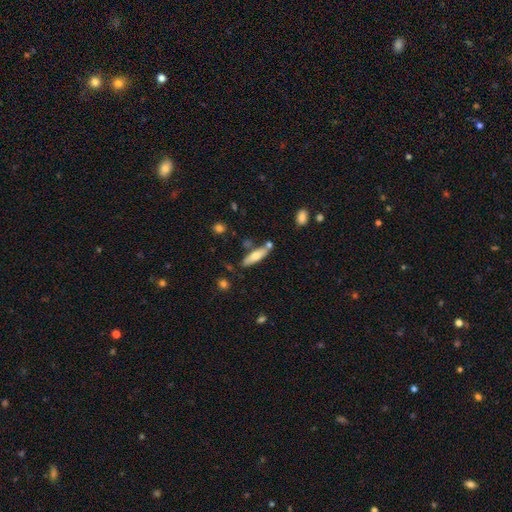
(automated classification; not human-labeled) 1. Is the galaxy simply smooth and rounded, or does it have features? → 66% smooth, 27% featured or disk, 6% star or artifact.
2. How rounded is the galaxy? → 64% cigar-shaped, 34% in between, 2% round.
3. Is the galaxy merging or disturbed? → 71% none, 15% minor disturbance, 11% merger, 3% major disturbance.